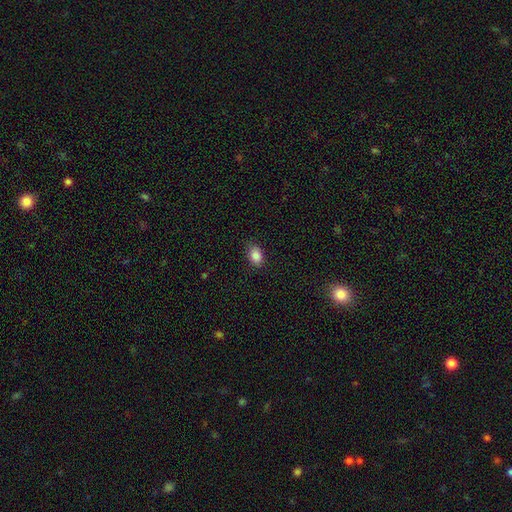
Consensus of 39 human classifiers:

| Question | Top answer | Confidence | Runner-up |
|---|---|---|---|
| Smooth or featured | smooth | 87% | featured or disk (8%) |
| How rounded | in between | 74% | round (24%) |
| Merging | none | 68% | minor disturbance (27%) |